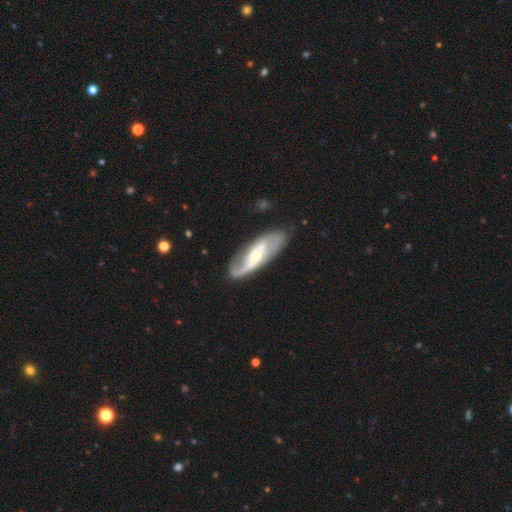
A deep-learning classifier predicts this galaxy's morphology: This is clearly a featured or disk galaxy (81%). It is clearly not viewed edge-on (89%). Bar: marginally no (44%). Spiral arm pattern: clearly yes (90%). Spiral arm count: likely 2 (77%). Spiral winding: marginally loose (42%). Central bulge: possibly moderate (52%). Merging: likely none (74%).